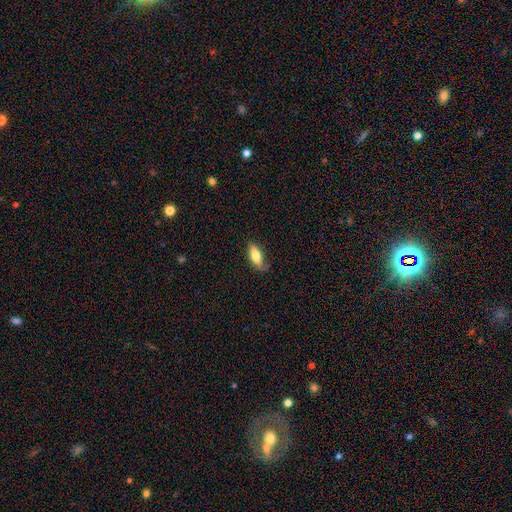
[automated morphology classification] smooth 75%, featured or disk 19%, star or artifact 6%. Down the decision tree: how rounded — in between (72%); merging — none (70%).